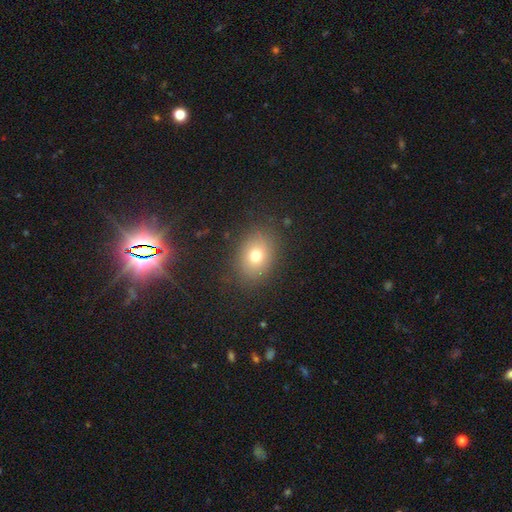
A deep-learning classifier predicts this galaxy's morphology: This is likely a smooth galaxy (74%). How rounded: possibly in between (60%). Merging: clearly none (84%).